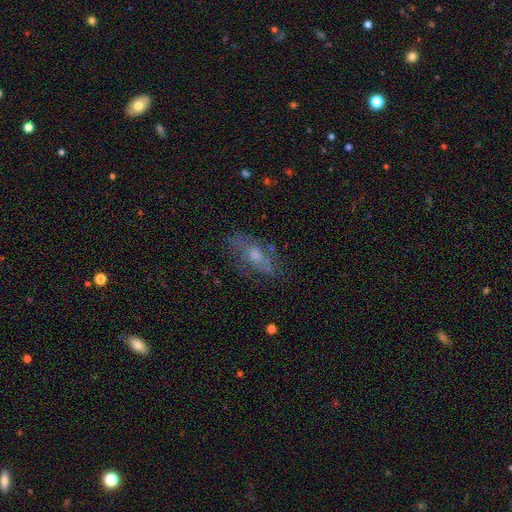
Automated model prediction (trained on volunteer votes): featured or disk 49%, smooth 40%, star or artifact 11%. Down the decision tree: merging — none (64%).